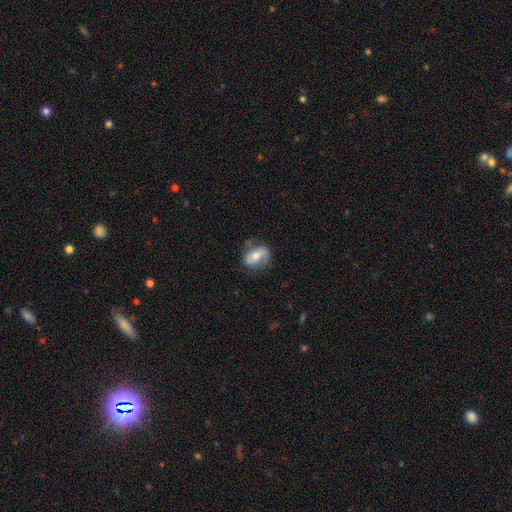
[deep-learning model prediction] A featured or disk galaxy (47%). Merging: none (67%).